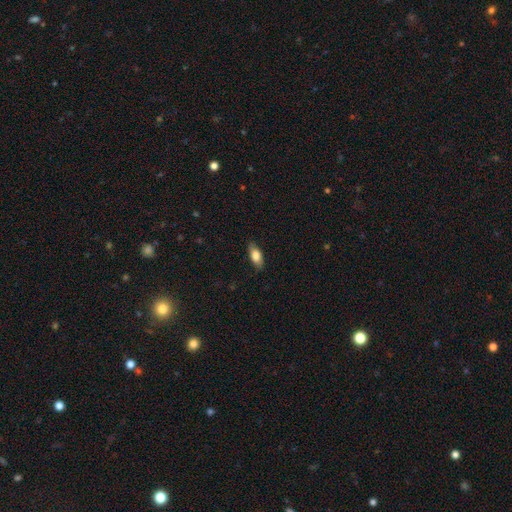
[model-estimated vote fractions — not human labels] Q: Smooth or featured?
A: smooth (79%); runner-up: featured or disk (15%)
Q: How rounded?
A: in between (84%); runner-up: cigar-shaped (13%)
Q: Merging?
A: none (84%); runner-up: minor disturbance (13%)